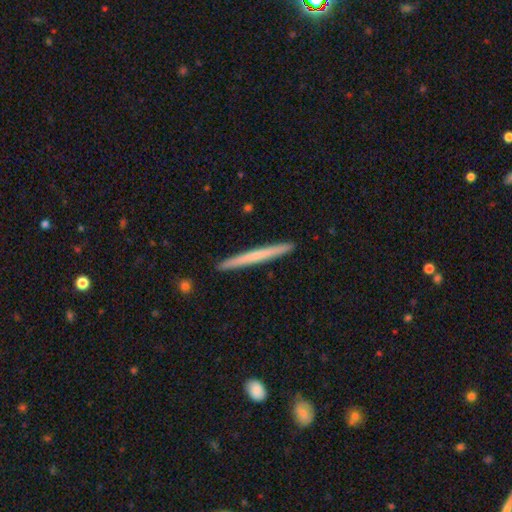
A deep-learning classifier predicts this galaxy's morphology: Smooth or featured? Predicted: smooth (p=0.56). How rounded? Predicted: cigar-shaped (p=0.97). Merging? Predicted: none (p=0.93).